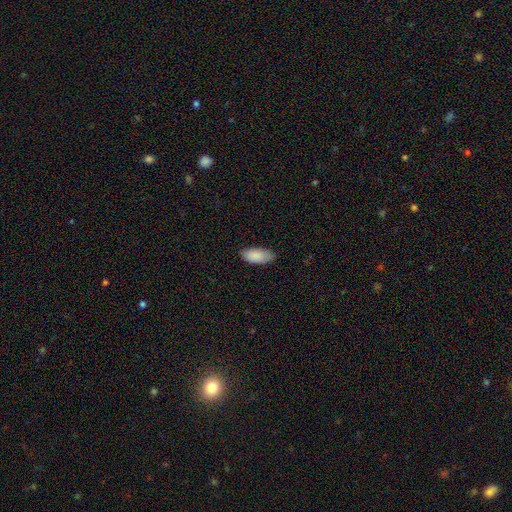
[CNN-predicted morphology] This is clearly a smooth galaxy (89%). How rounded: clearly in between (91%). Merging: likely none (79%).